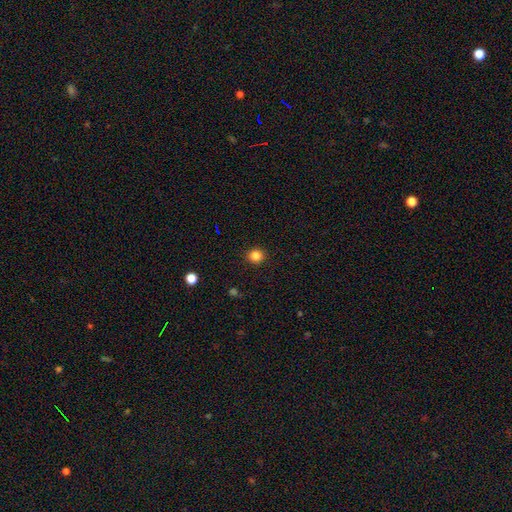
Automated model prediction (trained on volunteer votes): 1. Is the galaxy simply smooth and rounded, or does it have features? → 84% smooth, 12% star or artifact, 4% featured or disk.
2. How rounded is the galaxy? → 89% round, 10% in between, 1% cigar-shaped.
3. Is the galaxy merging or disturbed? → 92% none, 5% minor disturbance, 2% major disturbance, 1% merger.